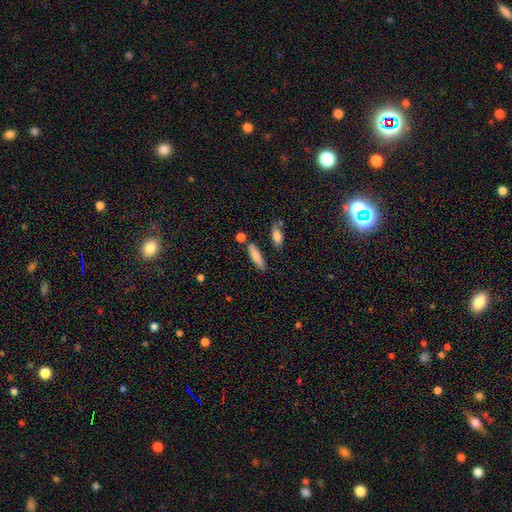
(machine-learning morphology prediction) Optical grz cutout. It shows a smooth galaxy with no disk features (79%) that is cigar-shaped (66%). Merging: none (75%).